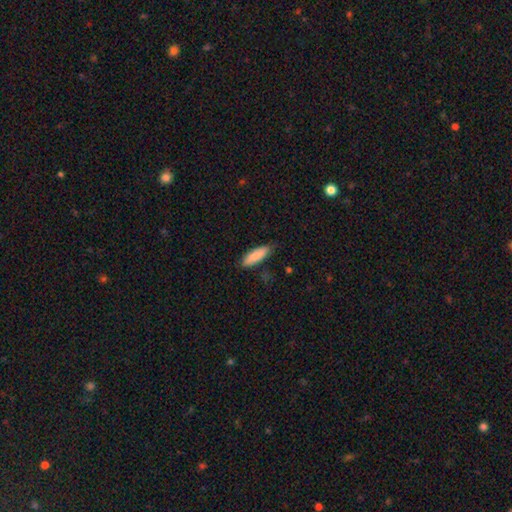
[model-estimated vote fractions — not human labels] Morphology: type=smooth (86%); roundness=cigar-shaped (55%); merging=none (83%).